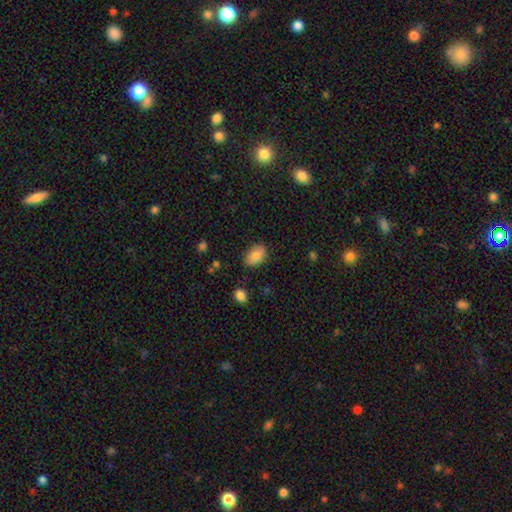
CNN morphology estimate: The model was most divided on "merging": none: 80%, minor disturbance: 16%, major disturbance: 3%, merger: 2%. More confident: how rounded — in between (87%); smooth or featured — smooth (83%).